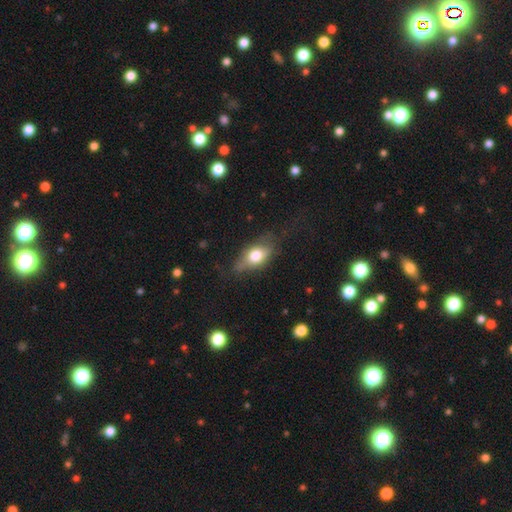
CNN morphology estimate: smooth 65%, featured or disk 27%, star or artifact 8%. Down the decision tree: how rounded — in between (81%); merging — none (61%).